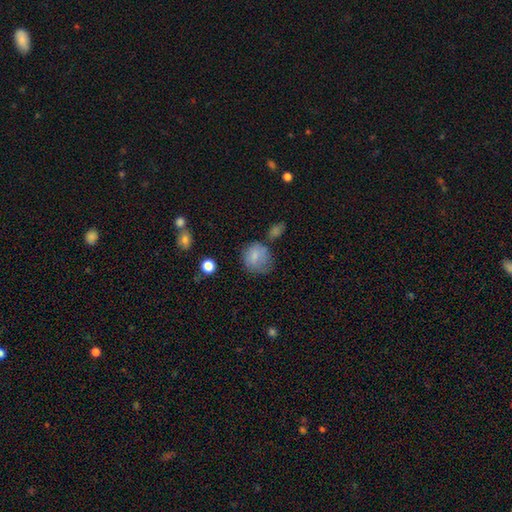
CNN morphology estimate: A smooth galaxy with no disk features (79%) that is round (76%). Merging: none (54%).